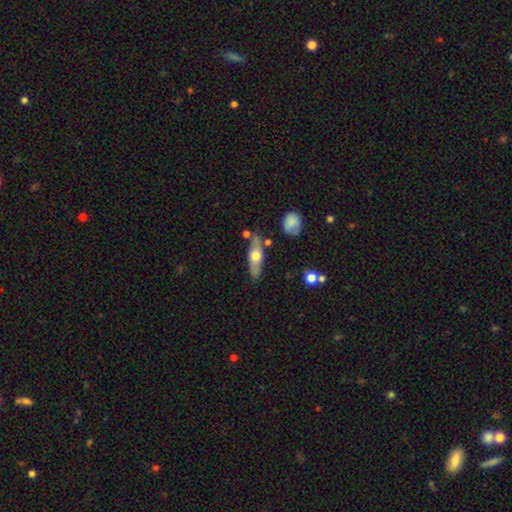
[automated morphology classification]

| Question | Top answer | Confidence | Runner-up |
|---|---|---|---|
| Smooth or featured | featured or disk | 48% | smooth (46%) |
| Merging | none | 75% | minor disturbance (15%) |